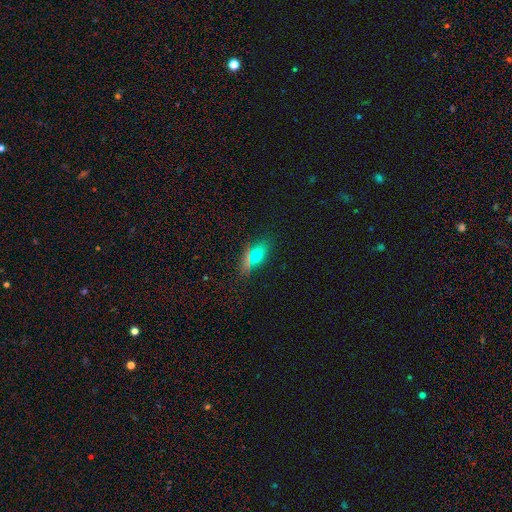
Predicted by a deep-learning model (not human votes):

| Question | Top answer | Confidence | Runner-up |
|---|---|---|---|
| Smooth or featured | smooth | 66% | star or artifact (19%) |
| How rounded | in between | 72% | cigar-shaped (14%) |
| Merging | none | 77% | minor disturbance (13%) |